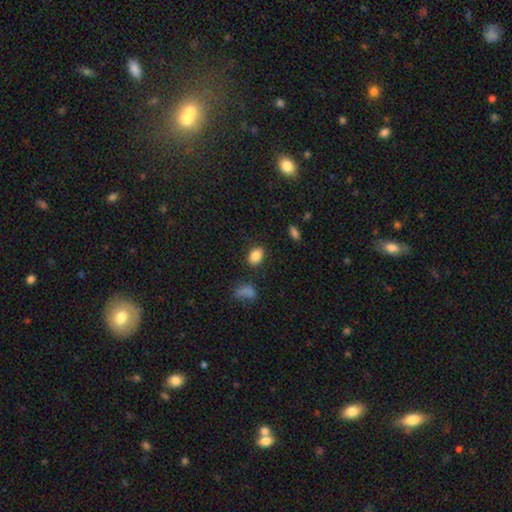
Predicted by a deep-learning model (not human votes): Q: Smooth or featured?
A: smooth (85%); runner-up: star or artifact (9%)
Q: How rounded?
A: in between (73%); runner-up: round (25%)
Q: Merging?
A: none (82%); runner-up: minor disturbance (11%)